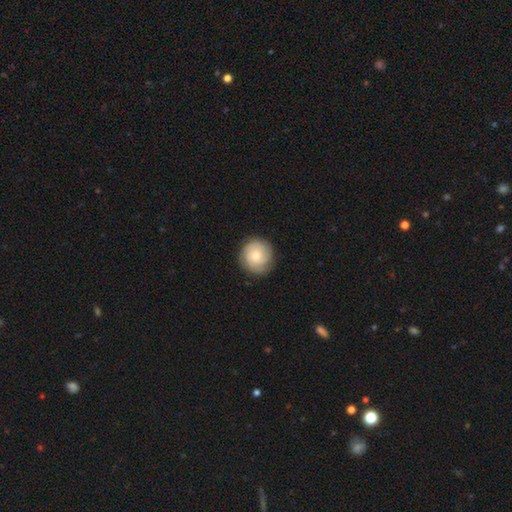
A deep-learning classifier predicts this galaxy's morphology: A featured or disk galaxy (47%).

Vote fractions:
- Smooth or featured? featured or disk: 47% / smooth: 46% / star or artifact: 7%
- Merging? none: 84% / minor disturbance: 11% / major disturbance: 3% / merger: 1%